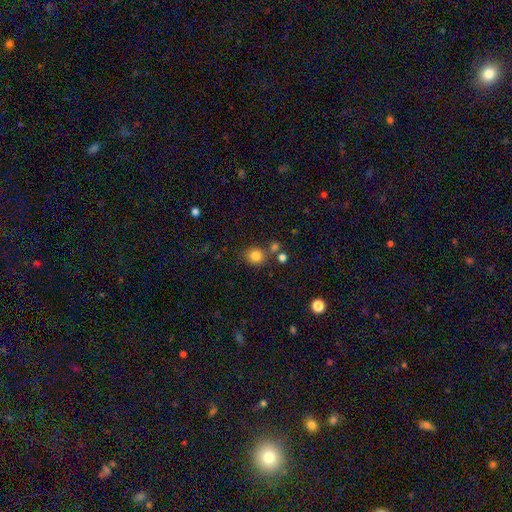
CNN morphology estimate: This is clearly a smooth galaxy (82%). How rounded: likely round (75%). Merging: likely none (73%).